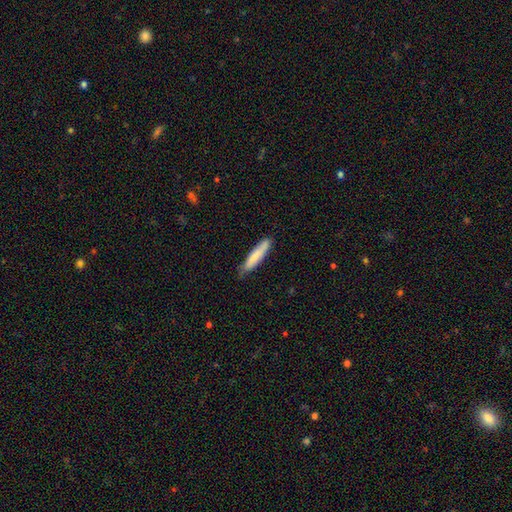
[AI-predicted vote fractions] A smooth galaxy with no disk features (78%) that is cigar-shaped (87%).

Vote fractions:
- Smooth or featured? smooth: 78% / featured or disk: 16% / star or artifact: 6%
- How rounded? cigar-shaped: 87% / in between: 12% / round: 1%
- Merging? none: 76% / minor disturbance: 19% / major disturbance: 3% / merger: 1%